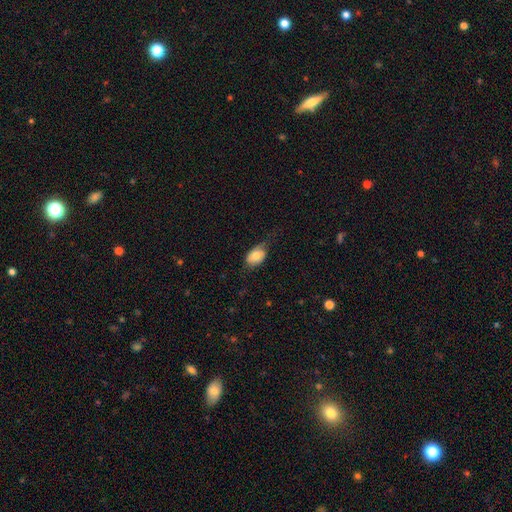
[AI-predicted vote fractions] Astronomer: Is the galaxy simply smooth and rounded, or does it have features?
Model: smooth — 69%.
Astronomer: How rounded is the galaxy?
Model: in between — 85%.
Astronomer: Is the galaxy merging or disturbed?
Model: none — 53% (runner-up: minor disturbance, 31%).